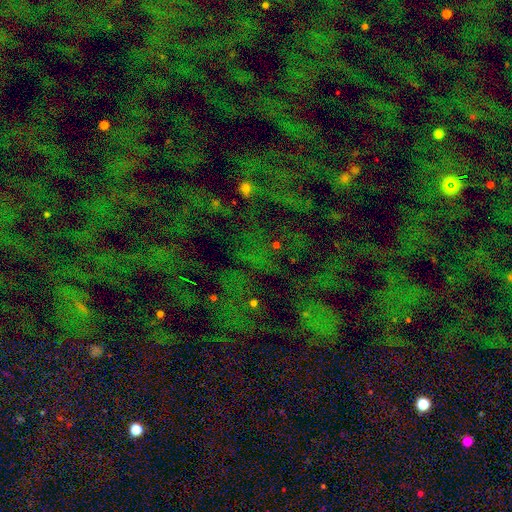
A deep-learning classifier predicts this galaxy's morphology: The model was most divided on "smooth or featured": star or artifact: 72%, smooth: 17%, featured or disk: 11%.